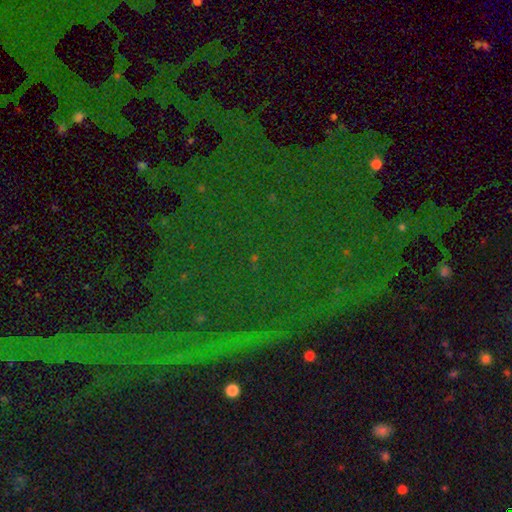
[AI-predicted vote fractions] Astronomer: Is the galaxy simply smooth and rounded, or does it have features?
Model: star or artifact — 81%.